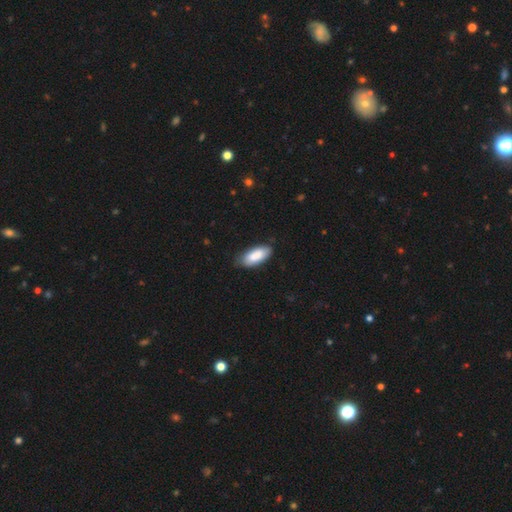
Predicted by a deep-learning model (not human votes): Smooth or featured?
  - smooth: 85% *
  - featured or disk: 9%
  - star or artifact: 6%
How rounded?
  - in between: 86% *
  - cigar-shaped: 13%
  - round: 2%
Merging?
  - none: 75% *
  - minor disturbance: 20%
  - major disturbance: 3%
  - merger: 1%